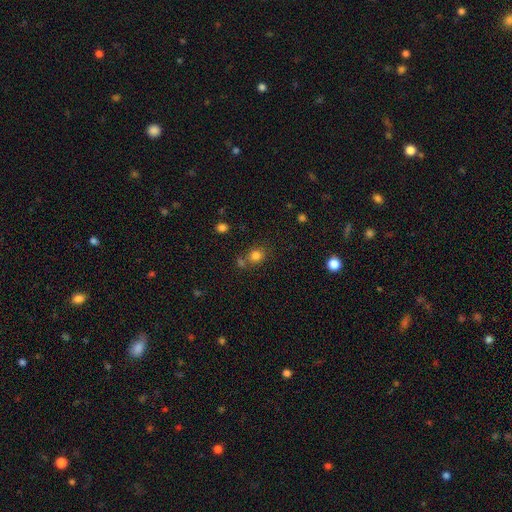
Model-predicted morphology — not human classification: smooth 80%, star or artifact 14%, featured or disk 6%. Down the decision tree: how rounded — round (76%); merging — none (64%).